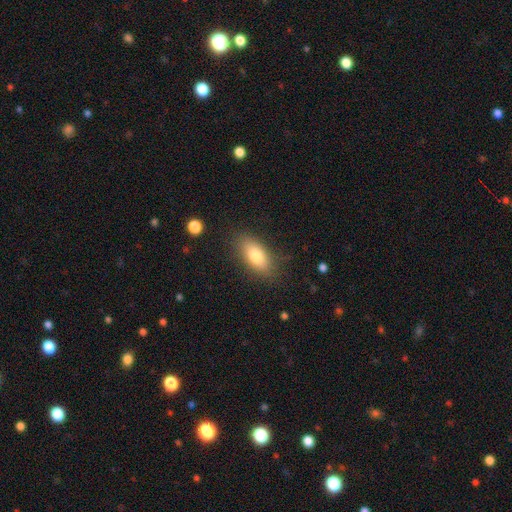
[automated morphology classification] Overall: smooth (79%). How rounded: in between (86%). Merging: none (83%).